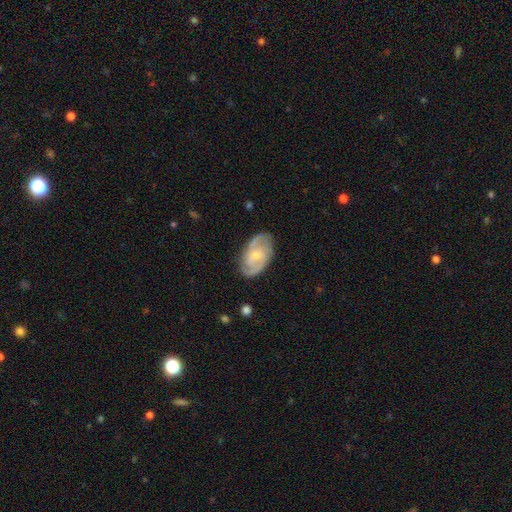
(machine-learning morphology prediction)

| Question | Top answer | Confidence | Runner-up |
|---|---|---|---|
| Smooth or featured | featured or disk | 80% | smooth (15%) |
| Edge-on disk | no | 96% | yes (4%) |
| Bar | no | 47% | weak (44%) |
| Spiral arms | yes | 95% | no (5%) |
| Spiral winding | medium | 49% | tight (37%) |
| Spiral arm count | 2 | 72% | can't tell (11%) |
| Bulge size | small | 61% | moderate (33%) |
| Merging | none | 78% | minor disturbance (16%) |